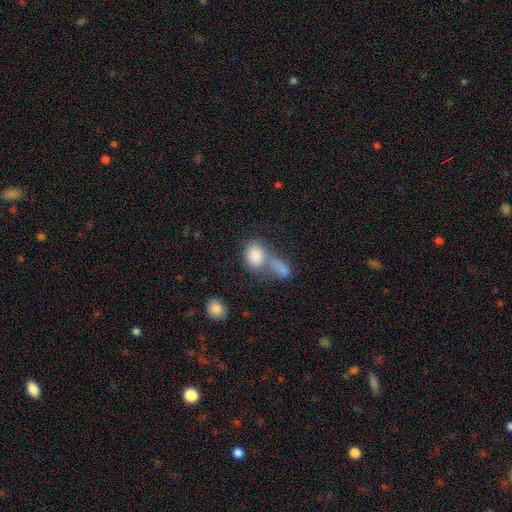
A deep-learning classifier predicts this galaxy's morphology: smooth_or_featured: smooth (p=0.83) [alt: featured or disk p=0.09]
how_rounded: in between (p=0.60) [alt: round p=0.37]
merging: merger (p=0.60) [alt: none p=0.24]